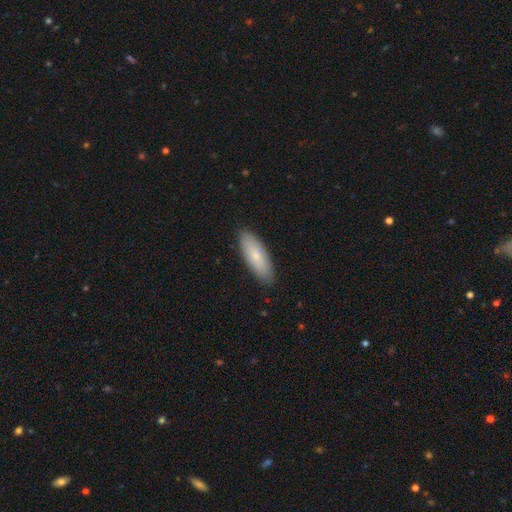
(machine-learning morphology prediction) Smooth or featured: smooth — 78% (featured or disk — 16%)
How rounded: in between — 60% (cigar-shaped — 38%)
Merging: none — 89% (minor disturbance — 9%)